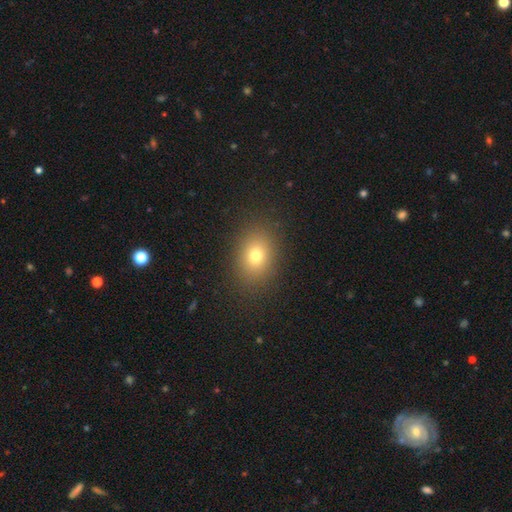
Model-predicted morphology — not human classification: Smooth or featured: smooth — 75% (star or artifact — 14%)
How rounded: in between — 62% (round — 36%)
Merging: none — 88% (minor disturbance — 8%)